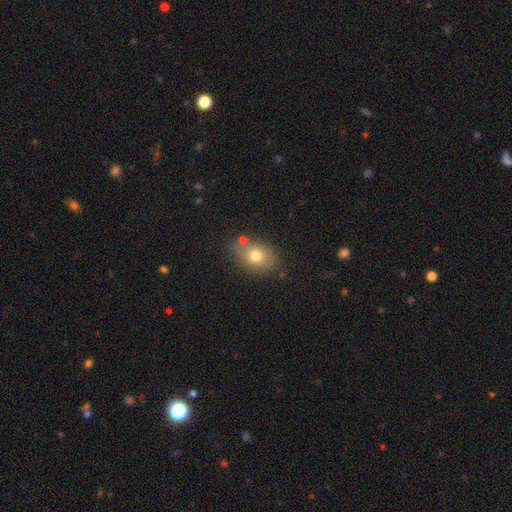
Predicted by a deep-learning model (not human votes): smooth_or_featured: smooth (p=0.75) [alt: featured or disk p=0.15]
how_rounded: in between (p=0.70) [alt: round p=0.29]
merging: none (p=0.69) [alt: minor disturbance p=0.16]